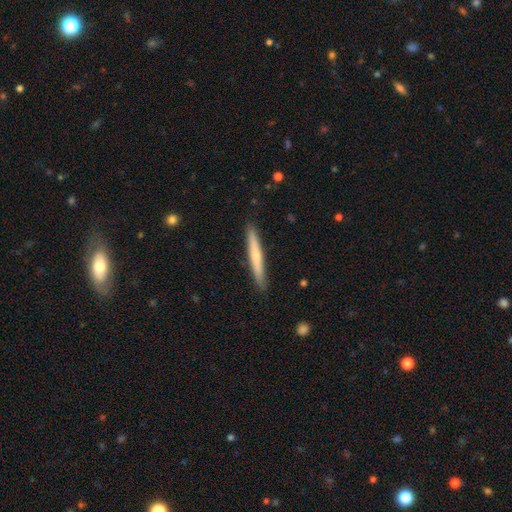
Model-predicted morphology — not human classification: The model was most divided on "smooth or featured": smooth: 55%, featured or disk: 40%, star or artifact: 5%. More confident: how rounded — cigar-shaped (96%); merging — none (90%).